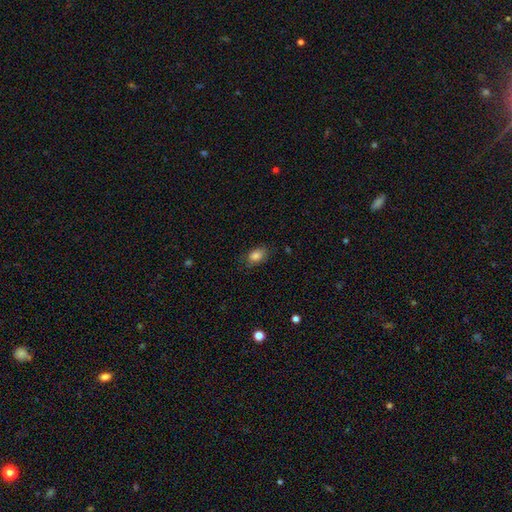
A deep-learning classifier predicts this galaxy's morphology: smooth-or-featured: smooth: 84% | star or artifact: 9% | featured or disk: 7%
  how-rounded: in between: 82% | round: 16% | cigar-shaped: 2%
  merging: none: 78% | minor disturbance: 17% | major disturbance: 4% | merger: 1%